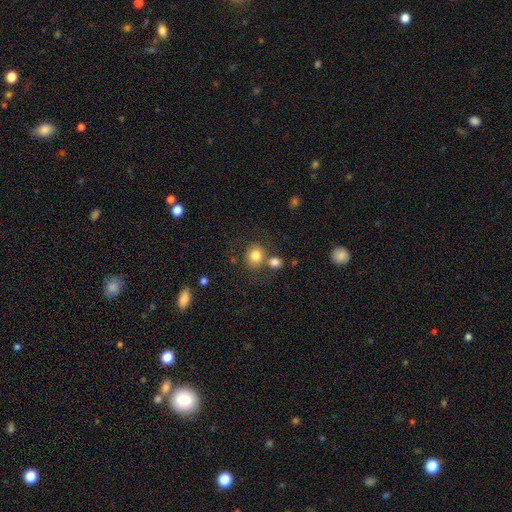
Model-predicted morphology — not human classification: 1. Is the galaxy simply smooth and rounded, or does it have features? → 81% smooth, 11% star or artifact, 8% featured or disk.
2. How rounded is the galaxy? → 75% round, 24% in between, 1% cigar-shaped.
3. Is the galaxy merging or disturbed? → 65% none, 19% merger, 11% minor disturbance, 5% major disturbance.